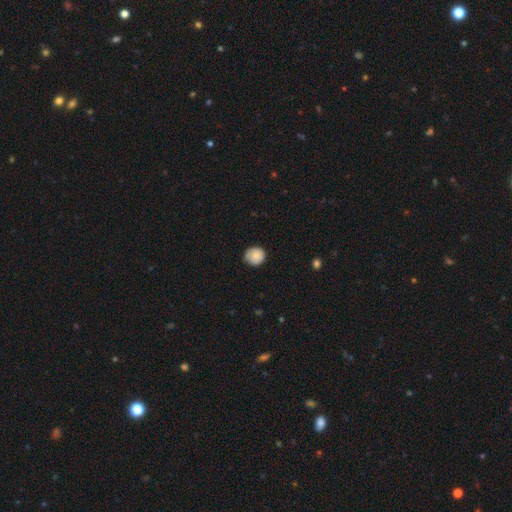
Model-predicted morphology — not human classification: This is clearly a smooth galaxy (81%). How rounded: clearly round (87%). Merging: likely none (75%).